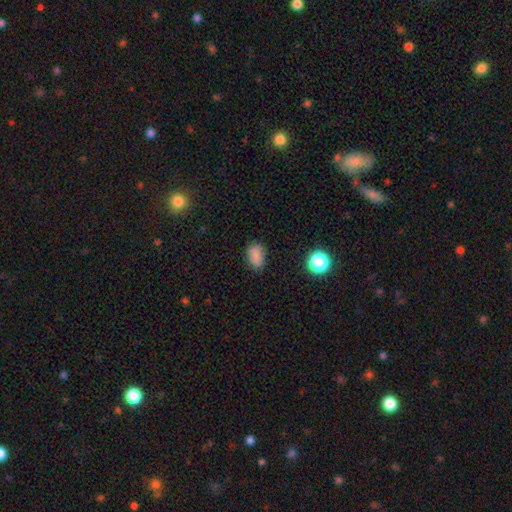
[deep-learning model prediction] Morphology: type=smooth (82%); roundness=in between (85%); merging=none (75%).